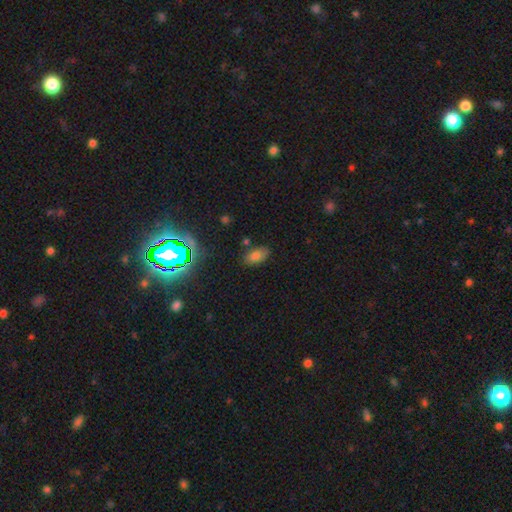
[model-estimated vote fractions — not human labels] Q: Smooth or featured?
A: smooth (72%); runner-up: star or artifact (17%)
Q: How rounded?
A: in between (91%); runner-up: round (6%)
Q: Merging?
A: none (75%); runner-up: minor disturbance (16%)